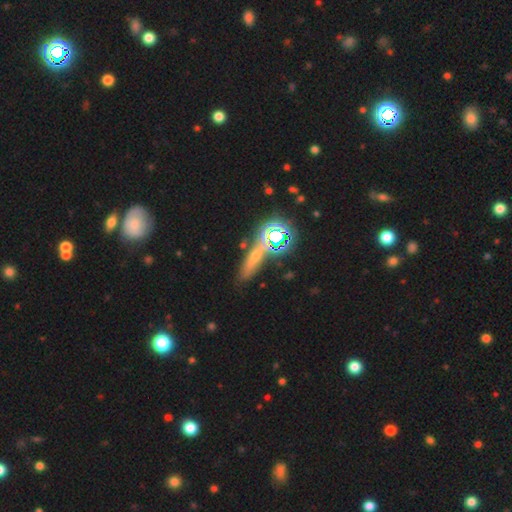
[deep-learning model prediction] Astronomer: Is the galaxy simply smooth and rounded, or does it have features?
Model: star or artifact — 46% (runner-up: smooth, 35%).